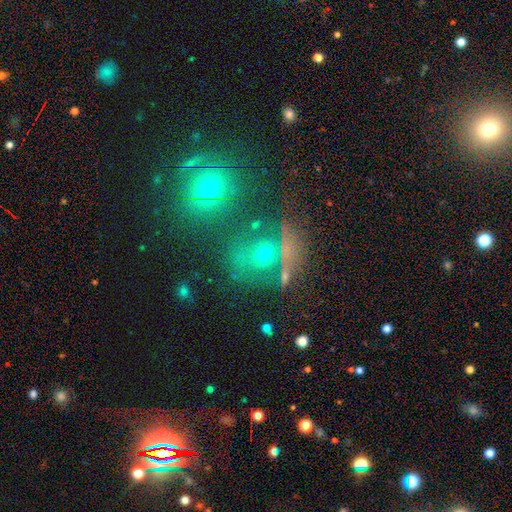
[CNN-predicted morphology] smooth_or_featured: smooth (p=0.46) [alt: star or artifact p=0.32]
merging: none (p=0.58) [alt: merger p=0.22]